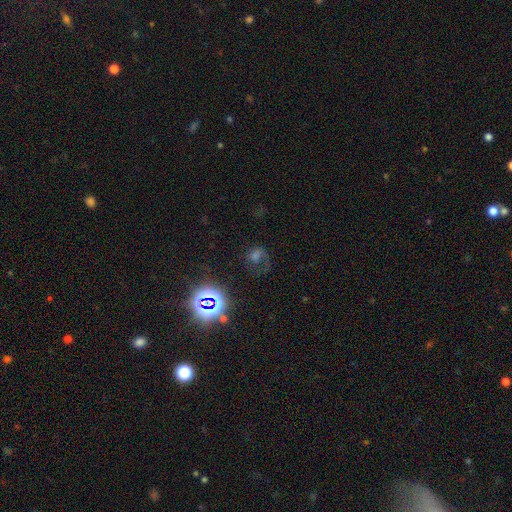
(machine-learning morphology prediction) Smooth or featured? Predicted: star or artifact (p=0.37).